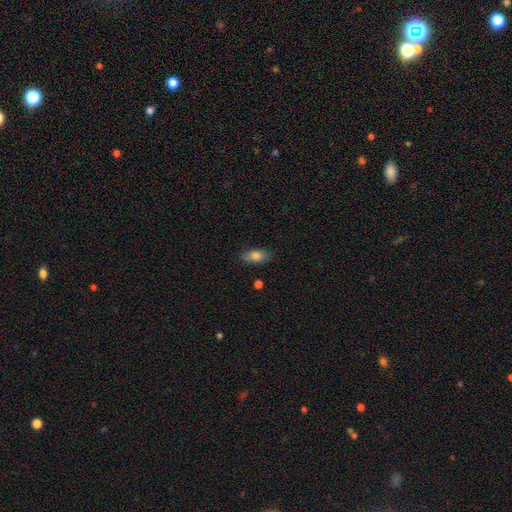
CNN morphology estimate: The model was most divided on "smooth or featured": smooth: 80%, featured or disk: 12%, star or artifact: 8%. More confident: how rounded — in between (86%); merging — none (82%).